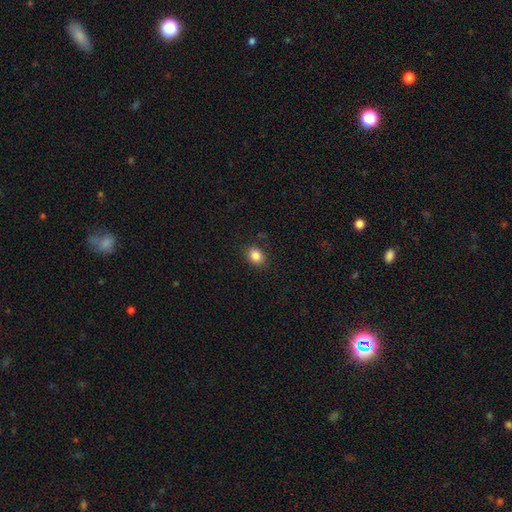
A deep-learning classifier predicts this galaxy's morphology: smooth-or-featured: smooth: 85% | star or artifact: 10% | featured or disk: 5%
  how-rounded: in between: 53% | round: 47% | cigar-shaped: 1%
  merging: none: 87% | minor disturbance: 10% | major disturbance: 3% | merger: 1%